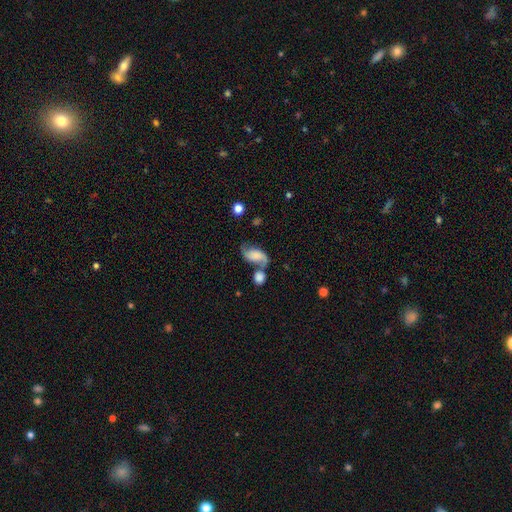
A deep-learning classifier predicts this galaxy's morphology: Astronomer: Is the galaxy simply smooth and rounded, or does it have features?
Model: featured or disk — 56% (runner-up: smooth, 36%).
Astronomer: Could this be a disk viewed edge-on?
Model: no — 95%.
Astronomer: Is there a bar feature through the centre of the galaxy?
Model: no — 62%.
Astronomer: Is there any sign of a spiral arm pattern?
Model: yes — 87%.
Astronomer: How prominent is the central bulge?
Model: none — 45%.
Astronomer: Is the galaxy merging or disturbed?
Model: merger — 40% (runner-up: none, 31%).